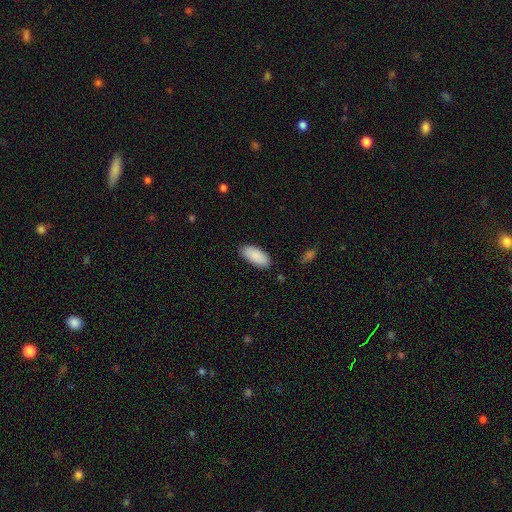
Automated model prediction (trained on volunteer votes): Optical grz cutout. It shows a smooth galaxy with no disk features (90%) that is in between round and cigar-shaped (89%). Merging: none (86%).